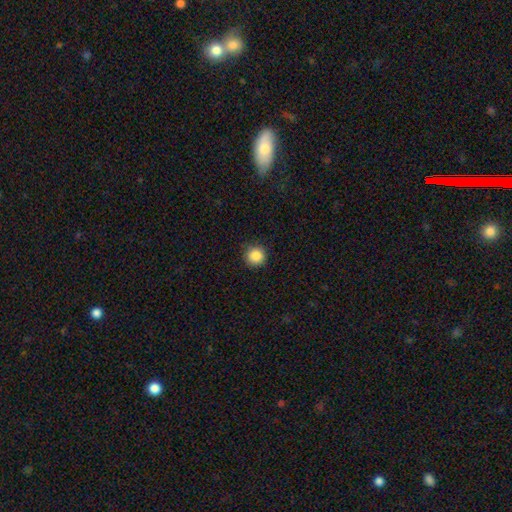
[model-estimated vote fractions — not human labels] smooth 87%, star or artifact 9%, featured or disk 3%. Down the decision tree: how rounded — round (94%); merging — none (90%).